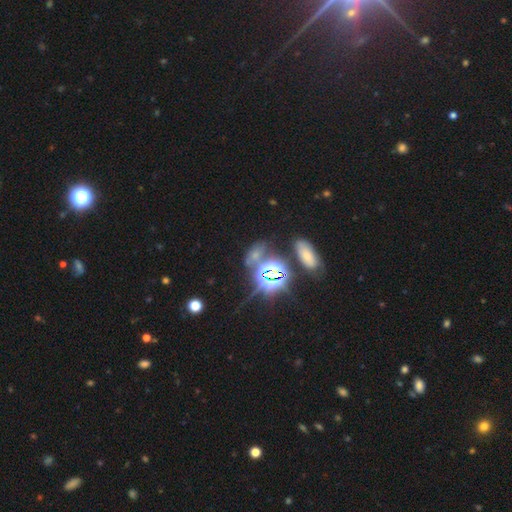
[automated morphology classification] Smooth or featured? Predicted: star or artifact (p=0.57).